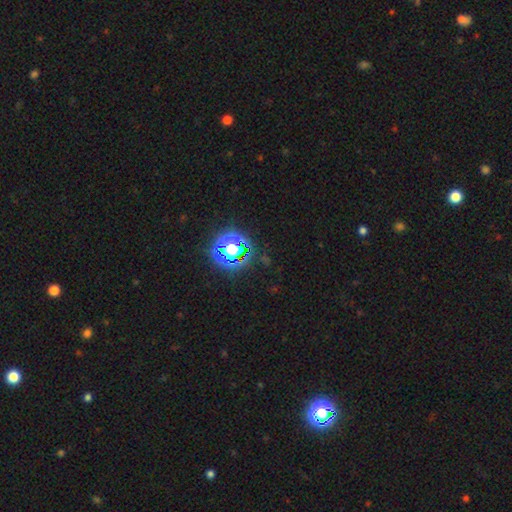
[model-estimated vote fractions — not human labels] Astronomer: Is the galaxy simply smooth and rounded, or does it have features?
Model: star or artifact — 80%.